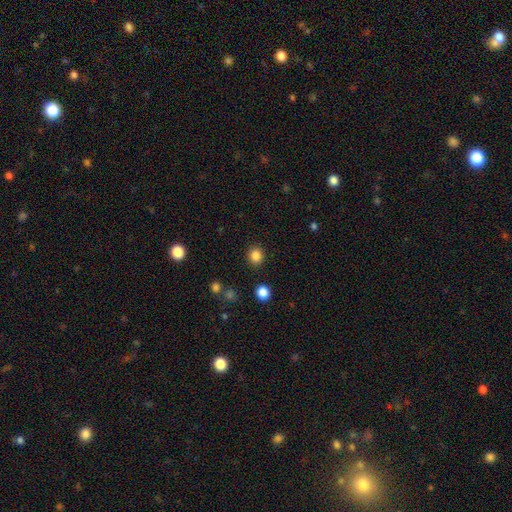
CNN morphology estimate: Smooth or featured: smooth — 85% (star or artifact — 12%)
How rounded: round — 85% (in between — 14%)
Merging: none — 90% (minor disturbance — 6%)